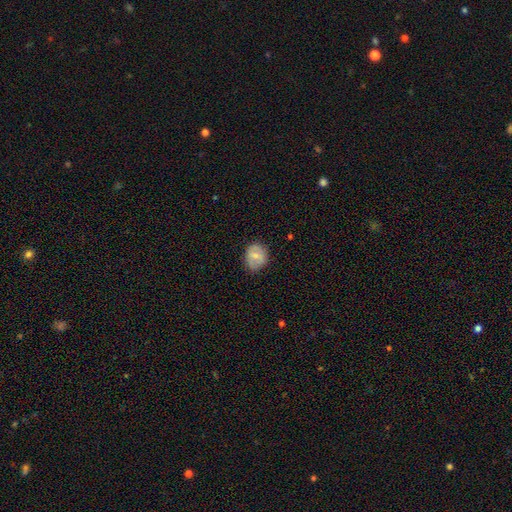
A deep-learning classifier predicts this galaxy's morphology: This is likely a smooth galaxy (63%). How rounded: likely round (62%). Merging: likely none (73%).